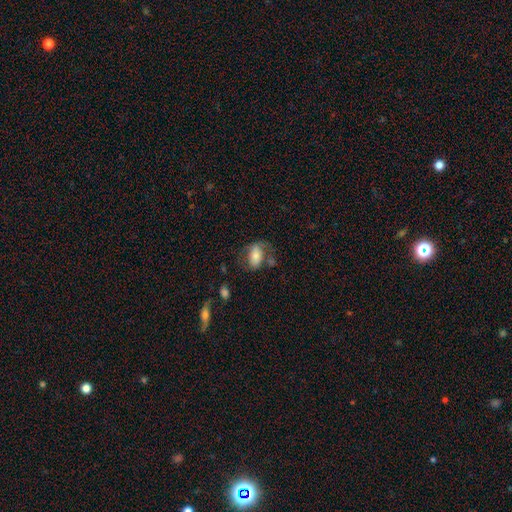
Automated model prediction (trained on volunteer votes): The model was most divided on "merging": none: 47%, minor disturbance: 24%, major disturbance: 21%, merger: 8%. More confident: how rounded — in between (87%); smooth or featured — smooth (62%).